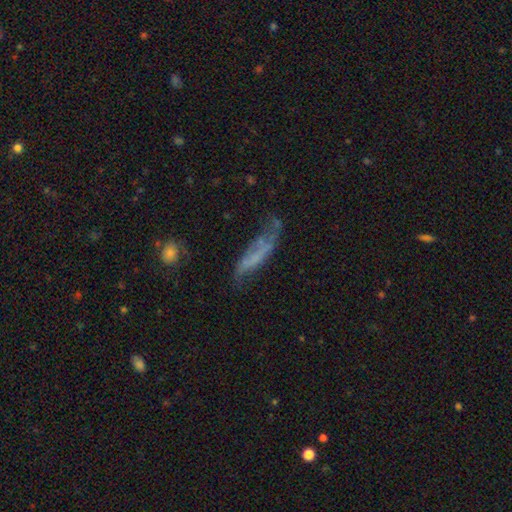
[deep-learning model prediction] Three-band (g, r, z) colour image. It shows a featured or disk galaxy (49%). Merging: none (40%).